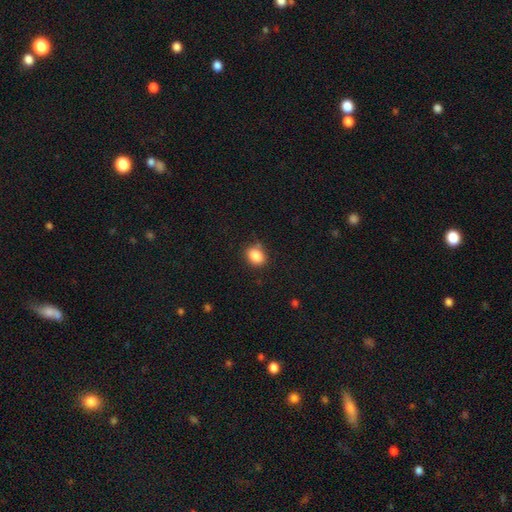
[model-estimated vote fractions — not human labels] This appears to be a smooth galaxy with no disk features (86%) that is in between round and cigar-shaped (59%). Merging: none (77%).